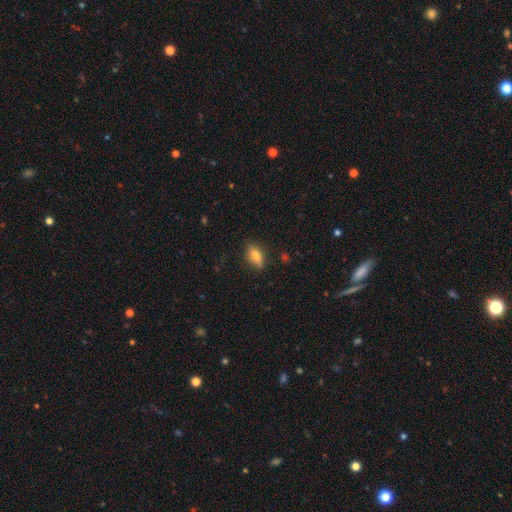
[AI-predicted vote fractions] Smooth or featured? smooth (69%)
How rounded? in between (74%)
Merging? none (81%)